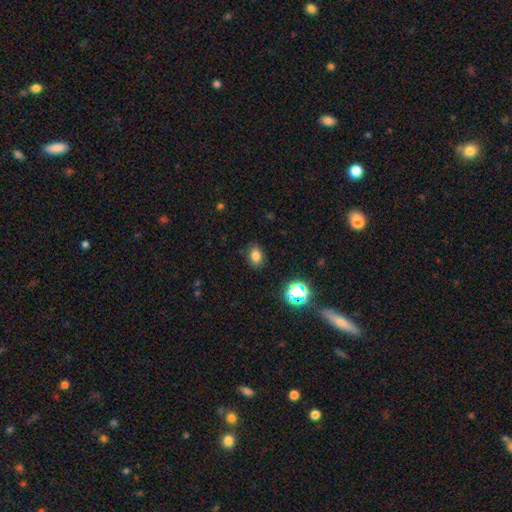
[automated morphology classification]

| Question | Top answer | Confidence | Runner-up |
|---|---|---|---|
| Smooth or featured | smooth | 79% | star or artifact (15%) |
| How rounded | in between | 66% | round (33%) |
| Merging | none | 84% | minor disturbance (11%) |